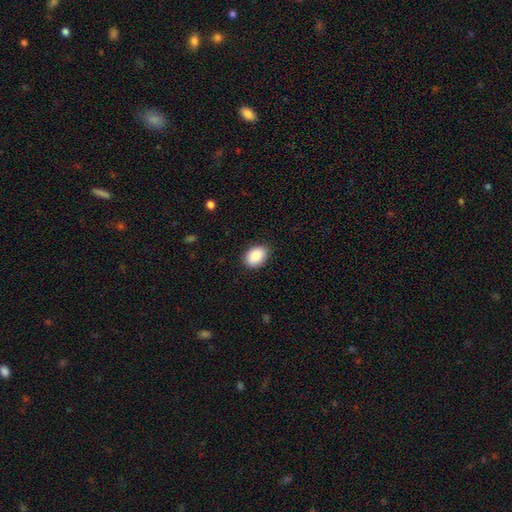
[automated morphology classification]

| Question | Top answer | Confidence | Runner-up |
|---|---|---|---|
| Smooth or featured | smooth | 87% | star or artifact (7%) |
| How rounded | in between | 78% | round (21%) |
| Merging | none | 87% | minor disturbance (10%) |